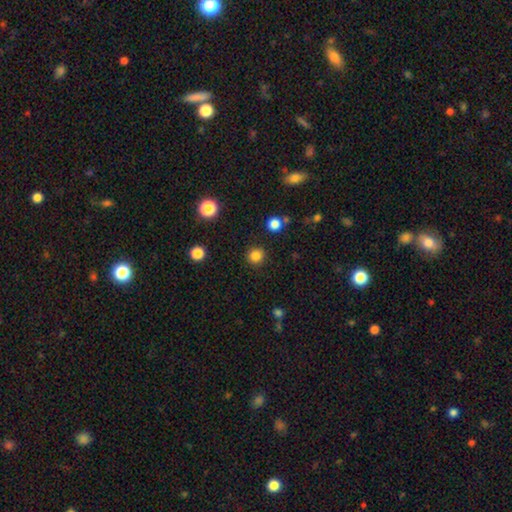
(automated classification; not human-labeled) The model was most divided on "smooth or featured": smooth: 83%, star or artifact: 13%, featured or disk: 4%. More confident: how rounded — round (92%); merging — none (91%).